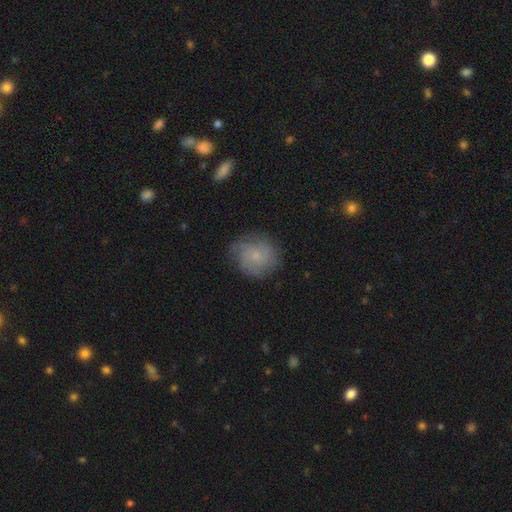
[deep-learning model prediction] A smooth galaxy with no disk features (52%) that is round (82%).

Vote fractions:
- Smooth or featured? smooth: 52% / featured or disk: 40% / star or artifact: 8%
- How rounded? round: 82% / in between: 17% / cigar-shaped: 1%
- Merging? none: 66% / minor disturbance: 23% / major disturbance: 9% / merger: 1%